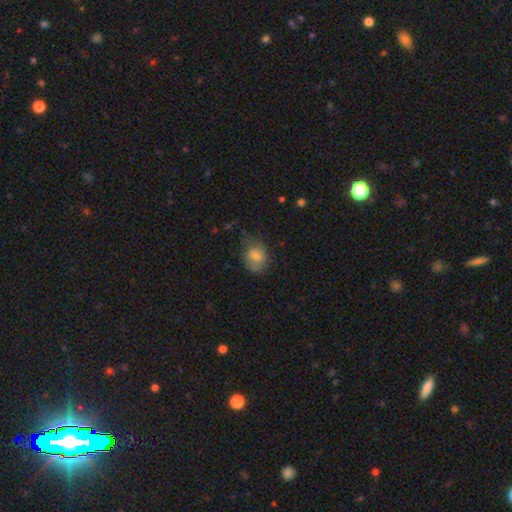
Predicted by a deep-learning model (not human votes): The model was most divided on "how rounded": in between: 58%, round: 41%, cigar-shaped: 1%. More confident: smooth or featured — smooth (72%); merging — none (56%).